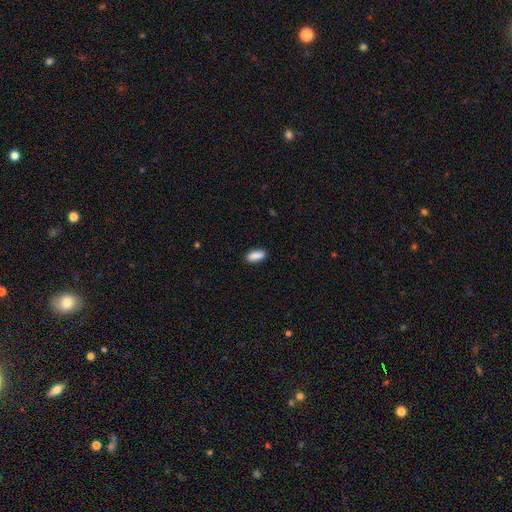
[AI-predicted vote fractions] The model was most divided on "how rounded": in between: 79%, cigar-shaped: 19%, round: 2%. More confident: smooth or featured — smooth (89%); merging — none (86%).